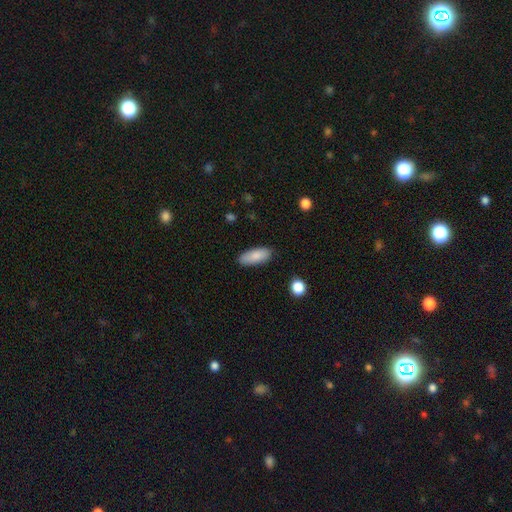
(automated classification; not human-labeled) A smooth galaxy with no disk features (87%) that is in between round and cigar-shaped (78%).

Vote fractions:
- Smooth or featured? smooth: 87% / featured or disk: 7% / star or artifact: 6%
- How rounded? in between: 78% / cigar-shaped: 21% / round: 2%
- Merging? none: 87% / minor disturbance: 10% / major disturbance: 2% / merger: 1%